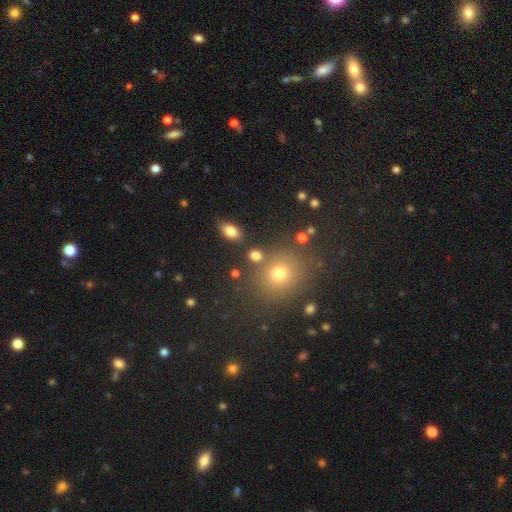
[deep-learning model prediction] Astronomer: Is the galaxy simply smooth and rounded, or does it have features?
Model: smooth — 76%.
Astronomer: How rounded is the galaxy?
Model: round — 51% (runner-up: in between, 47%).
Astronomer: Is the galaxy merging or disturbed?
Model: none — 76%.